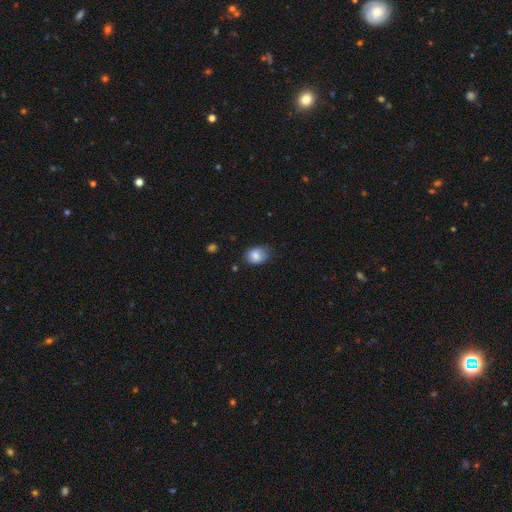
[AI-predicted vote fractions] smooth-or-featured: smooth: 83% | featured or disk: 9% | star or artifact: 8%
  how-rounded: in between: 65% | round: 34% | cigar-shaped: 1%
  merging: none: 67% | minor disturbance: 27% | major disturbance: 5% | merger: 2%